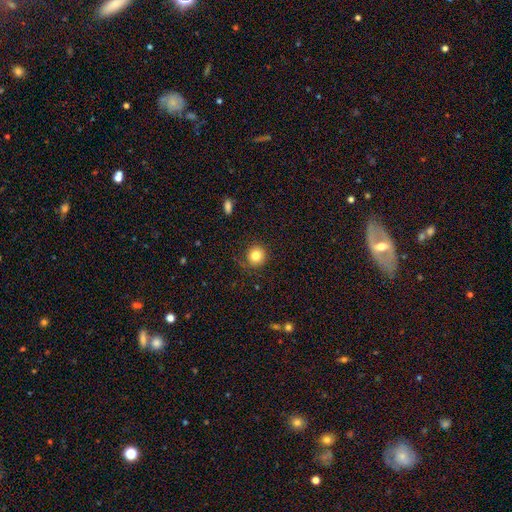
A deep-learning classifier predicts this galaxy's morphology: smooth-or-featured: smooth: 81% | star or artifact: 11% | featured or disk: 8%
  how-rounded: round: 92% | in between: 7% | cigar-shaped: 1%
  merging: none: 84% | minor disturbance: 11% | major disturbance: 4% | merger: 1%